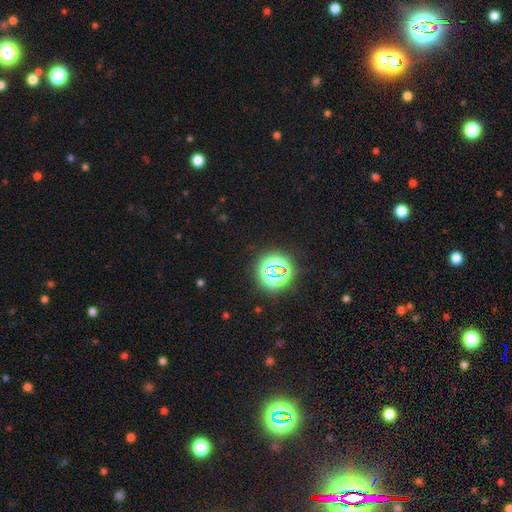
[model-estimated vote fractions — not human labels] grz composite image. It shows a star or artifact, not a galaxy (76%).